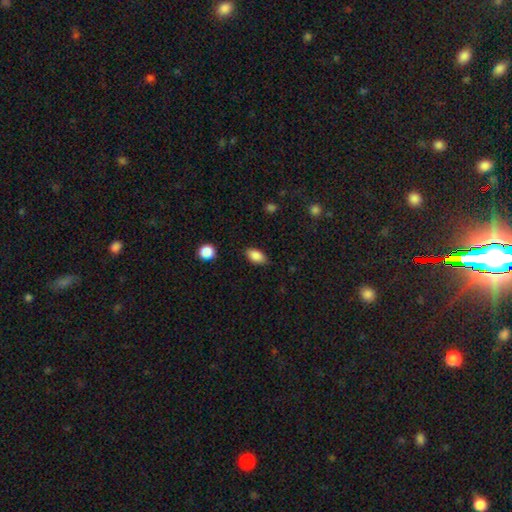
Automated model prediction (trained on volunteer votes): Smooth or featured? smooth (87%)
How rounded? in between (89%)
Merging? none (81%)